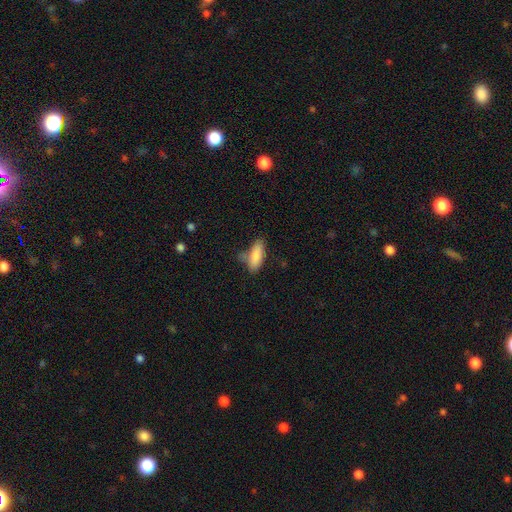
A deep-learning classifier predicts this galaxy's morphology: A smooth galaxy with no disk features (83%) that is in between round and cigar-shaped (70%).

Vote fractions:
- Smooth or featured? smooth: 83% / featured or disk: 10% / star or artifact: 7%
- How rounded? in between: 70% / cigar-shaped: 28% / round: 2%
- Merging? none: 62% / minor disturbance: 23% / merger: 9% / major disturbance: 6%